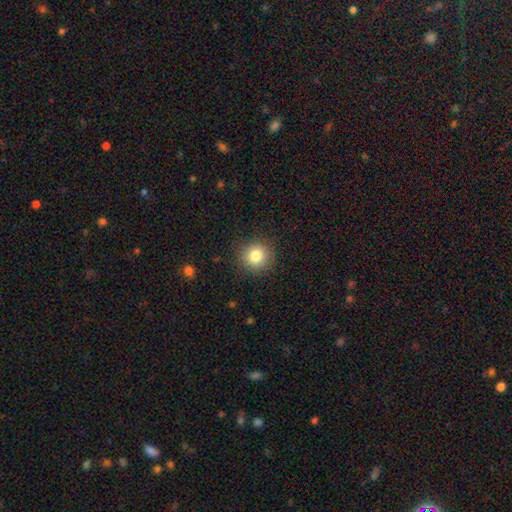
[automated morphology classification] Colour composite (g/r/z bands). It shows a smooth galaxy with no disk features (82%) that is round (93%). Merging: none (90%).